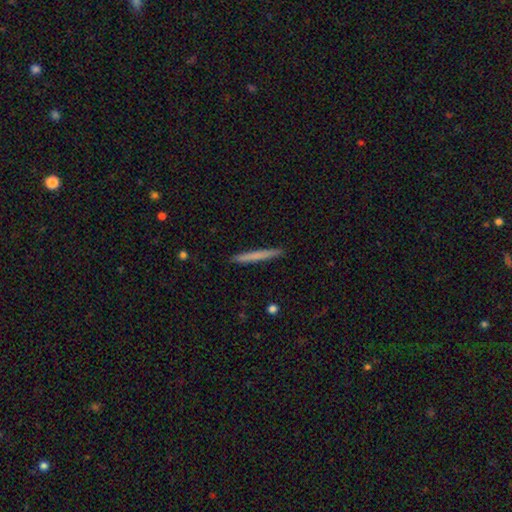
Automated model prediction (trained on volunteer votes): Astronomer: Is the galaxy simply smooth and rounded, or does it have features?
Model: smooth — 67%.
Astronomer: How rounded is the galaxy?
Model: cigar-shaped — 97%.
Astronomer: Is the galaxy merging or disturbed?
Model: none — 92%.